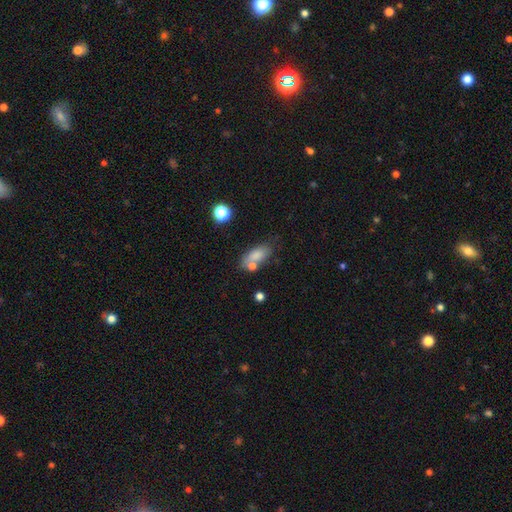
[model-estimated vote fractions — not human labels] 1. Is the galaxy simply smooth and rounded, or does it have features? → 78% smooth, 13% featured or disk, 9% star or artifact.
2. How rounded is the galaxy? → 85% in between, 9% cigar-shaped, 6% round.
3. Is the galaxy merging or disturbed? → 56% none, 19% minor disturbance, 19% merger, 7% major disturbance.